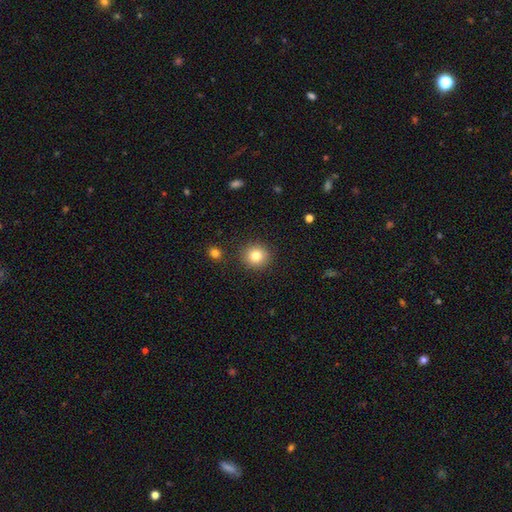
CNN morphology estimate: type=smooth (81%); roundness=round (90%); merging=none (89%).